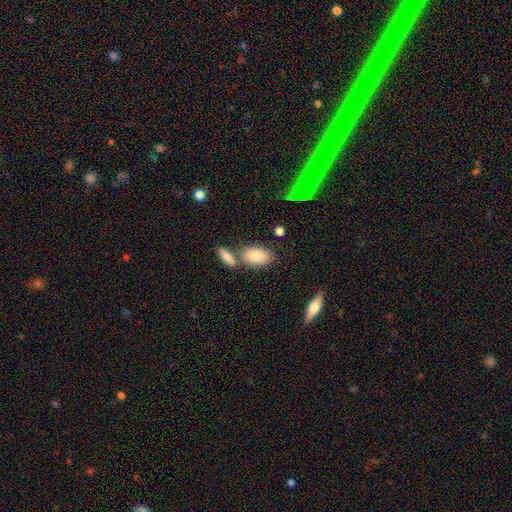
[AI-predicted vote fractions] This is likely a smooth galaxy (78%). How rounded: clearly in between (89%). Merging: likely none (64%).